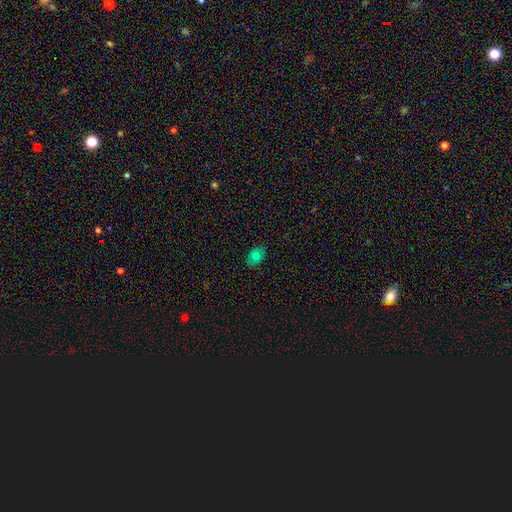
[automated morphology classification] smooth-or-featured: smooth: 77% | featured or disk: 12% | star or artifact: 10%
  how-rounded: in between: 72% | round: 27% | cigar-shaped: 1%
  merging: none: 86% | minor disturbance: 11% | major disturbance: 2% | merger: 1%